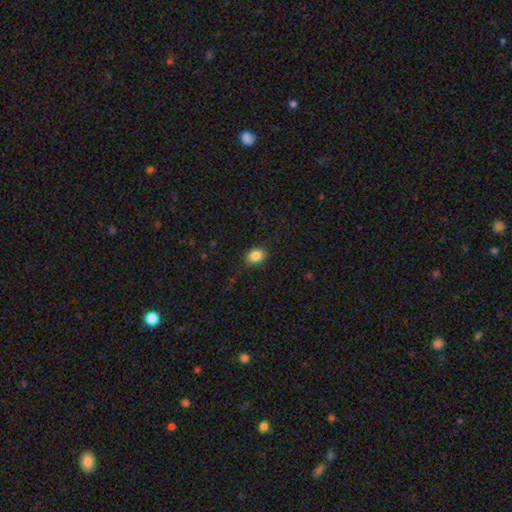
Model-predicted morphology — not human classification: Smooth or featured: smooth — 86% (star or artifact — 9%)
How rounded: in between — 61% (round — 38%)
Merging: none — 84% (minor disturbance — 12%)